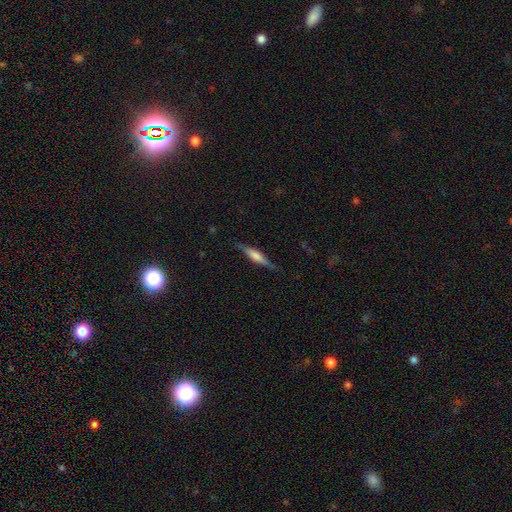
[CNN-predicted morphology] type=featured or disk (53%); edge-on=yes (94%); merging=none (81%).